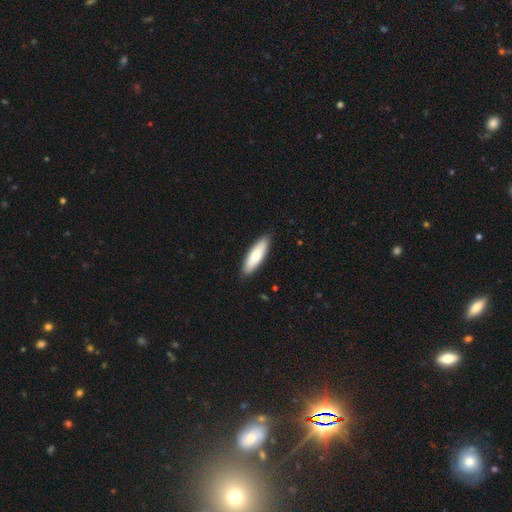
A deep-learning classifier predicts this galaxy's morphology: Smooth or featured? Predicted: smooth (p=0.73). How rounded? Predicted: in between (p=0.51). Merging? Predicted: none (p=0.89).